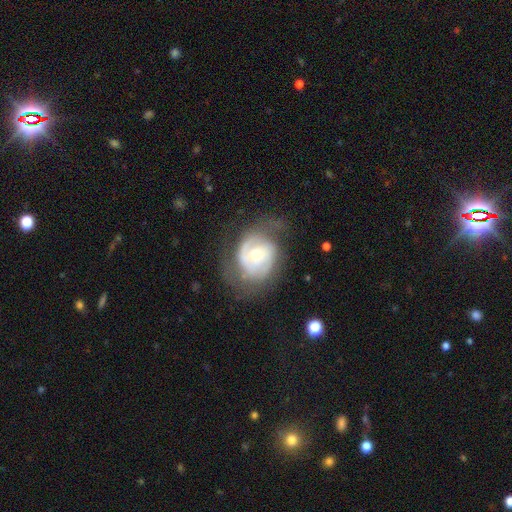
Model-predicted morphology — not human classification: Smooth or featured?
  - featured or disk: 77% *
  - smooth: 18%
  - star or artifact: 6%
Edge-on disk?
  - no: 98% *
  - yes: 2%
Bar?
  - no: 59% *
  - weak: 34%
  - strong: 7%
Spiral arms?
  - yes: 90% *
  - no: 10%
Spiral winding?
  - tight: 45% *
  - medium: 41%
  - loose: 14%
Spiral arm count?
  - 2: 60% *
  - can't tell: 19%
  - 3: 9%
  - 1: 8%
  - 4: 2%
  - more than 4: 2%
Bulge size?
  - moderate: 52% *
  - small: 38%
  - large: 7%
  - none: 2%
  - dominant: 1%
Merging?
  - none: 54% *
  - minor disturbance: 24%
  - major disturbance: 19%
  - merger: 2%